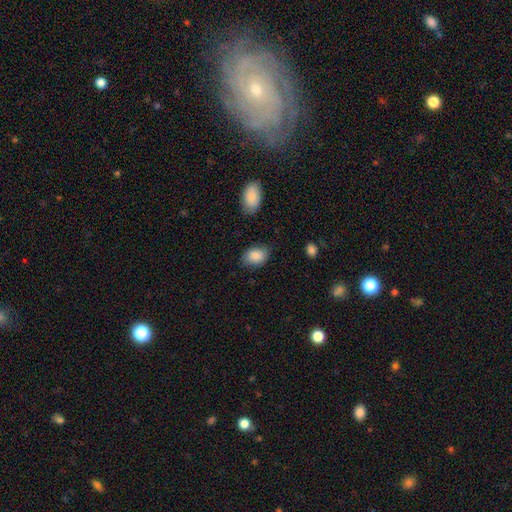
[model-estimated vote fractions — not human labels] This appears to be a smooth galaxy with no disk features (88%) that is in between round and cigar-shaped (84%). Merging: none (77%).